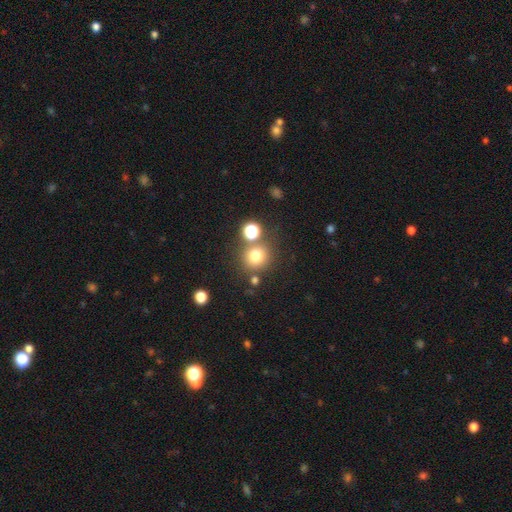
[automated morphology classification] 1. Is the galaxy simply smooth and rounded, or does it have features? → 75% smooth, 17% star or artifact, 8% featured or disk.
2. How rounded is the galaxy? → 88% round, 11% in between, 1% cigar-shaped.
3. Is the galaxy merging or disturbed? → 73% none, 13% merger, 9% minor disturbance, 4% major disturbance.